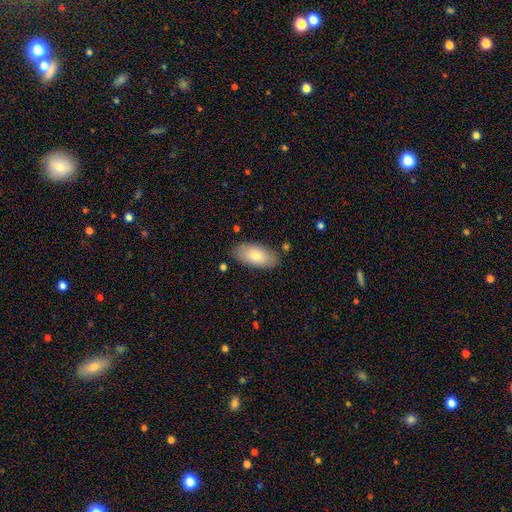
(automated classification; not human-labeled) smooth 78%, featured or disk 16%, star or artifact 6%. Down the decision tree: how rounded — in between (92%); merging — none (82%).